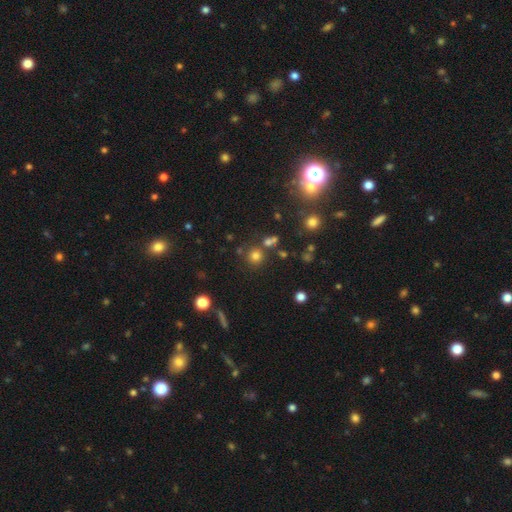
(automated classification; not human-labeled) A smooth galaxy with no disk features (72%) that is round (92%).

Vote fractions:
- Smooth or featured? smooth: 72% / star or artifact: 20% / featured or disk: 7%
- How rounded? round: 92% / in between: 7% / cigar-shaped: 1%
- Merging? none: 76% / merger: 12% / minor disturbance: 8% / major disturbance: 4%